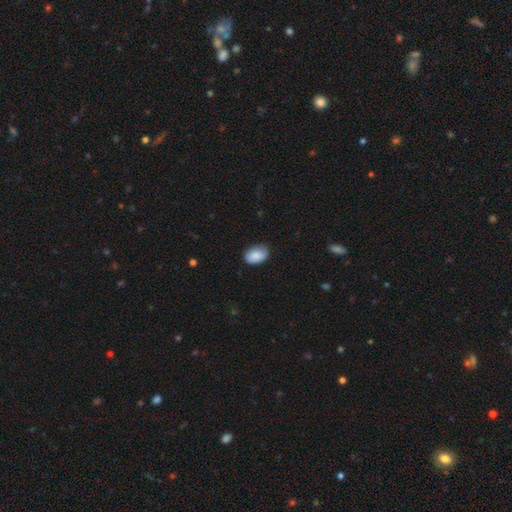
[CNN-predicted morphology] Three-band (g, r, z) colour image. It shows a smooth galaxy with no disk features (84%) that is in between round and cigar-shaped (88%). Merging: none (73%).